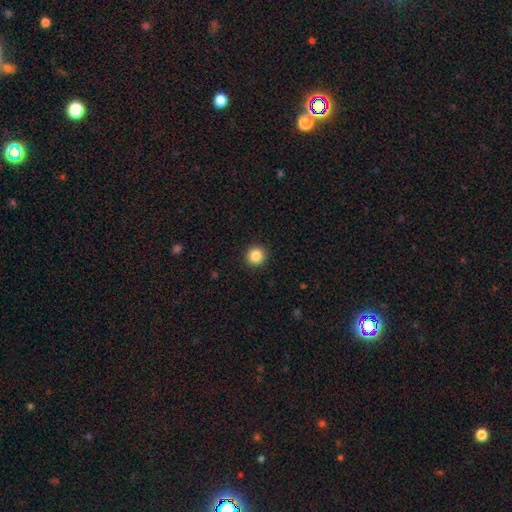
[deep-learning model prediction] Overall: smooth (87%). How rounded: round (95%). Merging: none (93%).